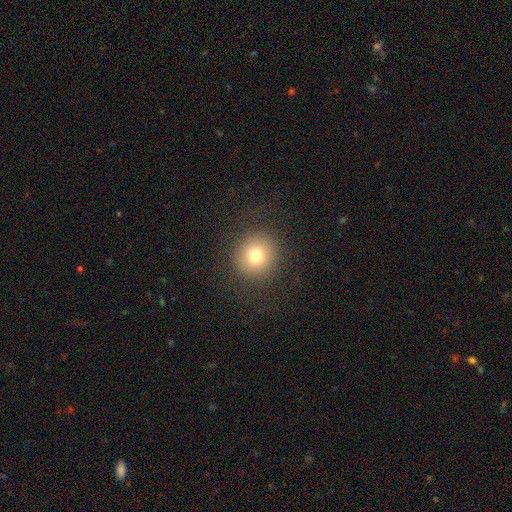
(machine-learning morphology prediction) This appears to be a smooth galaxy with no disk features (75%) that is round (93%). Merging: none (88%).